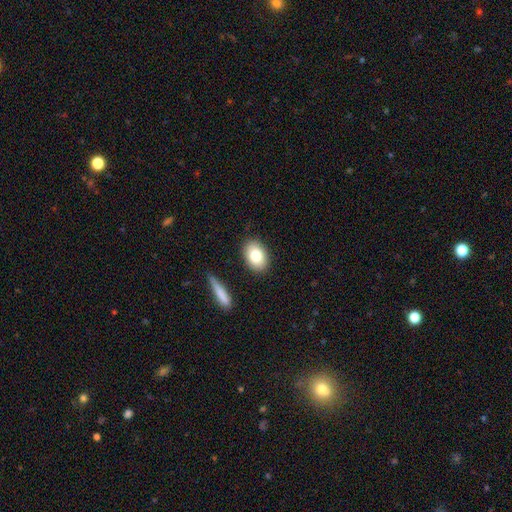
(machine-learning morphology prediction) Smooth or featured? smooth (79%)
How rounded? in between (81%)
Merging? none (87%)